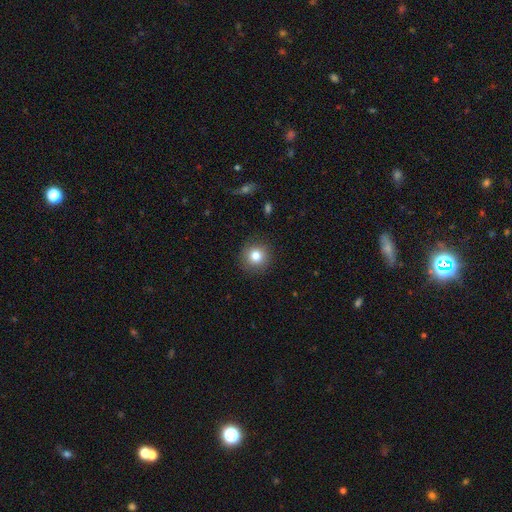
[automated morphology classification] Smooth or featured?
  - smooth: 82% *
  - star or artifact: 11%
  - featured or disk: 7%
How rounded?
  - round: 92% *
  - in between: 7%
  - cigar-shaped: 1%
Merging?
  - none: 89% *
  - minor disturbance: 8%
  - major disturbance: 2%
  - merger: 1%